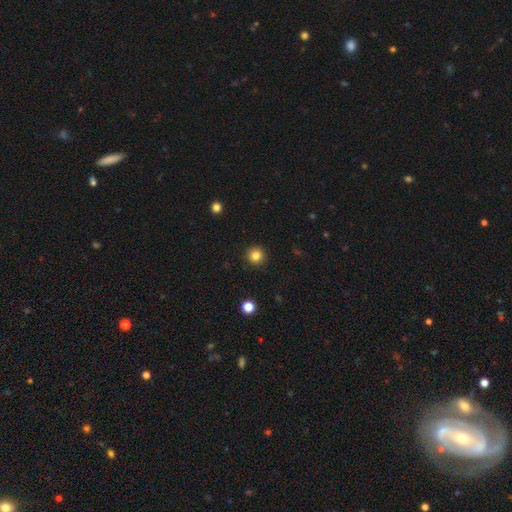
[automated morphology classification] A smooth galaxy with no disk features (82%) that is round (95%). Merging: none (92%).